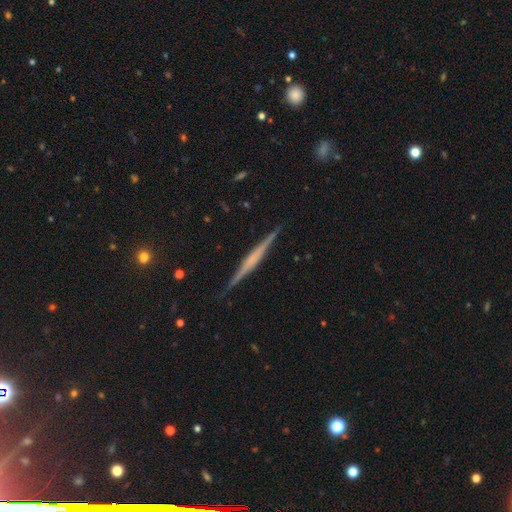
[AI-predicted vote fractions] The model was most divided on "edge-on bulge": none: 49%, rounded: 36%, boxy: 15%. More confident: edge-on disk — yes (98%); merging — none (91%); smooth or featured — featured or disk (70%).